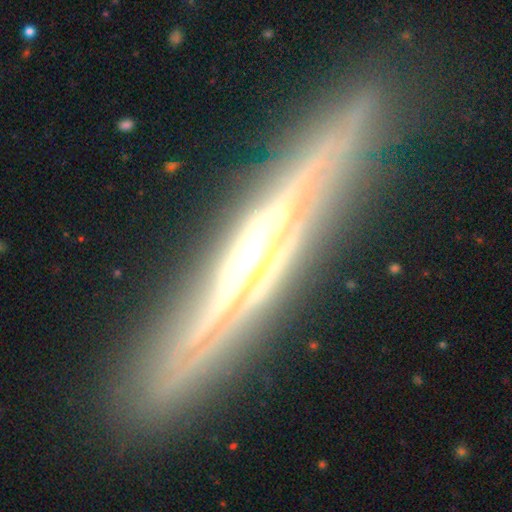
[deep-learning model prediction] Smooth or featured? featured or disk (84%)
Edge-on disk? yes (93%)
Edge-on bulge? rounded (78%)
Merging? none (88%)